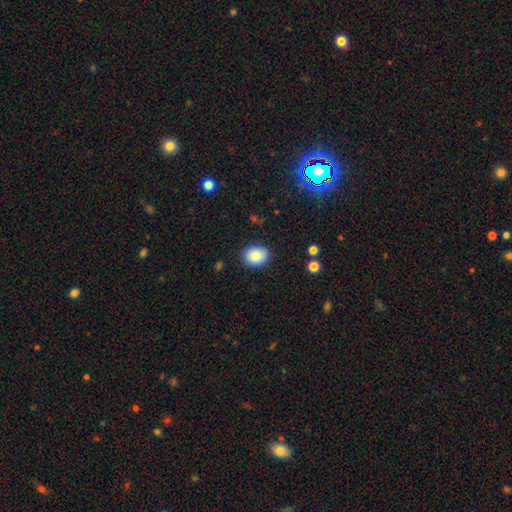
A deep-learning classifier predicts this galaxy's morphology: smooth_or_featured: smooth (p=0.86) [alt: star or artifact p=0.08]
how_rounded: in between (p=0.57) [alt: round p=0.42]
merging: none (p=0.87) [alt: minor disturbance p=0.09]